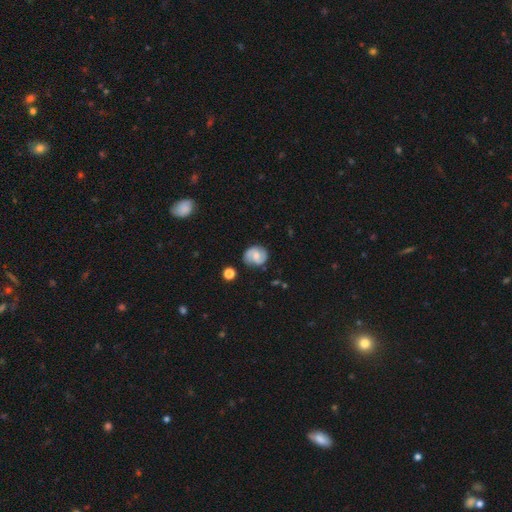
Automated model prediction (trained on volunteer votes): Overall: featured or disk (68%). Edge-on disk: no (98%). Bar: weak (49%; no 38%). Spiral arms: yes (91%). Spiral arm count: 2 (88%). Spiral winding: medium (47%; tight 33%). Bulge size: moderate (51%; small 39%). Merging: none (80%).